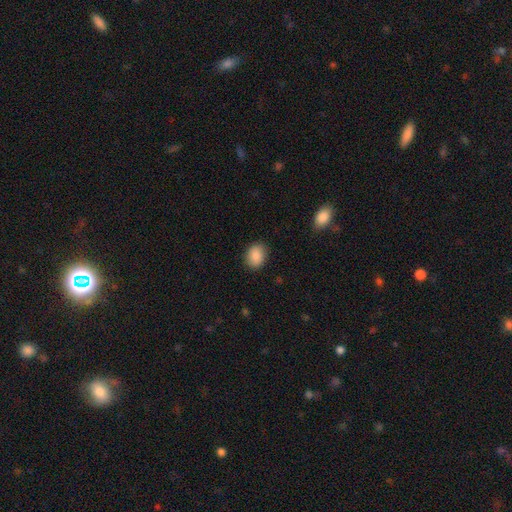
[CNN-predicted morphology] Smooth or featured: smooth — 88% (star or artifact — 8%)
How rounded: in between — 64% (round — 35%)
Merging: none — 87% (minor disturbance — 10%)